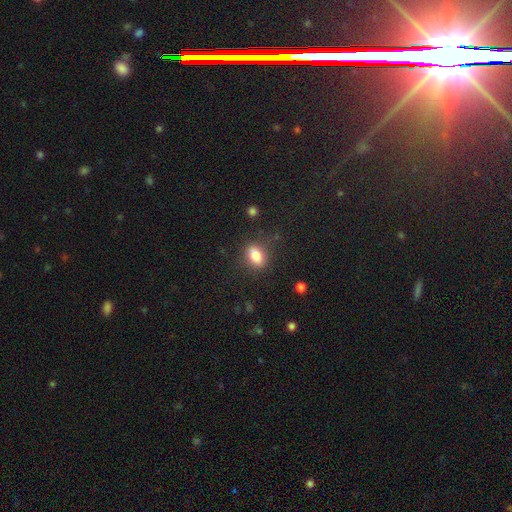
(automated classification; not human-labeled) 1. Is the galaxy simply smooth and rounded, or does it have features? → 82% smooth, 9% star or artifact, 9% featured or disk.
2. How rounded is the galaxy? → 80% in between, 17% round, 4% cigar-shaped.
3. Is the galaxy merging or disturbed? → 79% none, 14% minor disturbance, 4% major disturbance, 2% merger.